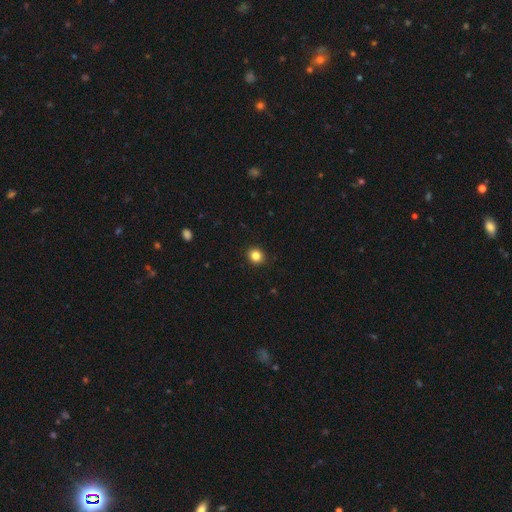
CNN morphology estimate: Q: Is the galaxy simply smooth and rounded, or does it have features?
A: smooth — 84%.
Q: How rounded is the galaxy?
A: round — 82%.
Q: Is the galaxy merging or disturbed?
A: none — 92%.